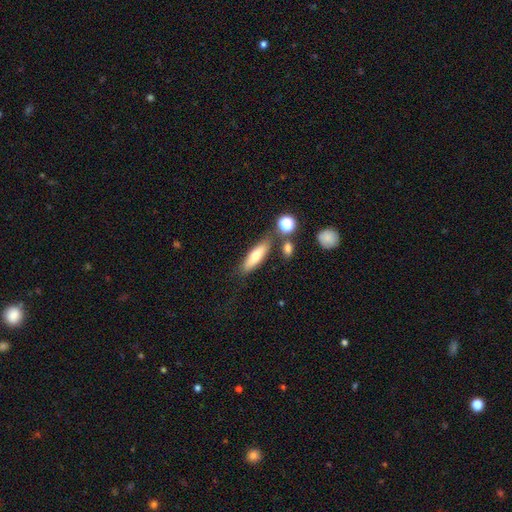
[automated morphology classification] Smooth or featured? smooth (67%)
How rounded? cigar-shaped (56%)
Merging? none (76%)